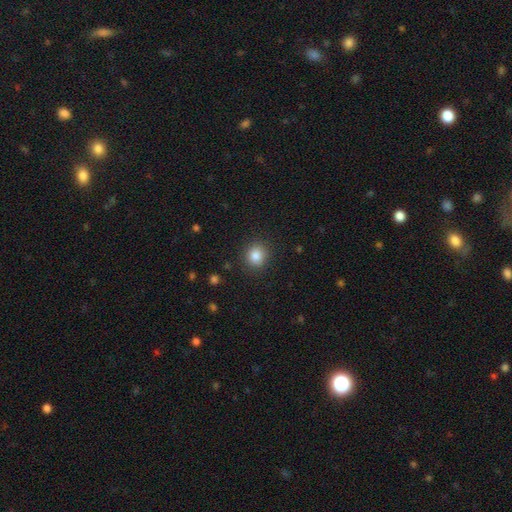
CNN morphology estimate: Q: Smooth or featured?
A: smooth (84%); runner-up: star or artifact (11%)
Q: How rounded?
A: round (83%); runner-up: in between (16%)
Q: Merging?
A: none (88%); runner-up: minor disturbance (8%)